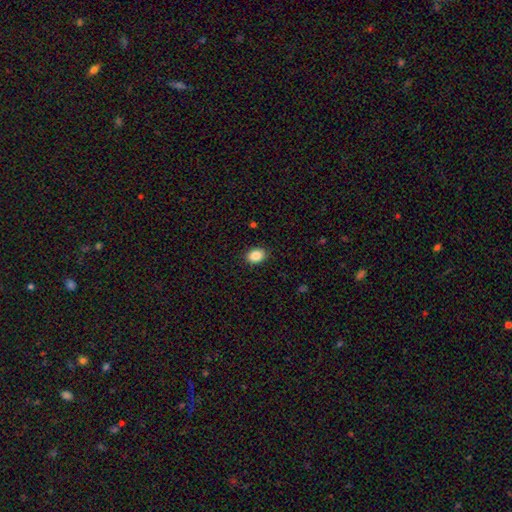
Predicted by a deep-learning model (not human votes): Smooth or featured? smooth (88%)
How rounded? in between (69%)
Merging? none (89%)